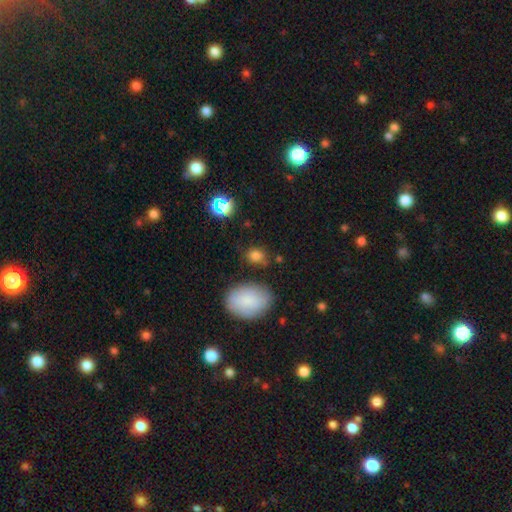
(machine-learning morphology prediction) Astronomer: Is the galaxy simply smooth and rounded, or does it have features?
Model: smooth — 78%.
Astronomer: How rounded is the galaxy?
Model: in between — 52% (runner-up: round, 46%).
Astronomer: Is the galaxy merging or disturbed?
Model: none — 70%.